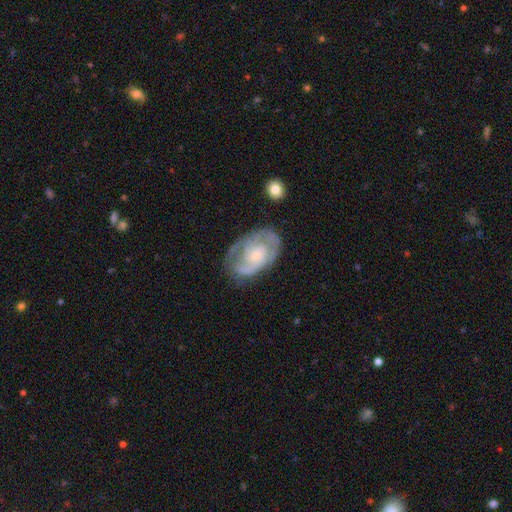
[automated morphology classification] smooth_or_featured: featured or disk (p=0.81) [alt: smooth p=0.14]
disk_edge_on: no (p=0.97) [alt: yes p=0.03]
bar: no (p=0.66) [alt: weak p=0.29]
has_spiral_arms: yes (p=0.91) [alt: no p=0.09]
spiral_winding: tight (p=0.52) [alt: medium p=0.38]
spiral_arm_count: 2 (p=0.48) [alt: can't tell p=0.27]
bulge_size: small (p=0.66) [alt: moderate p=0.26]
merging: none (p=0.68) [alt: minor disturbance p=0.21]